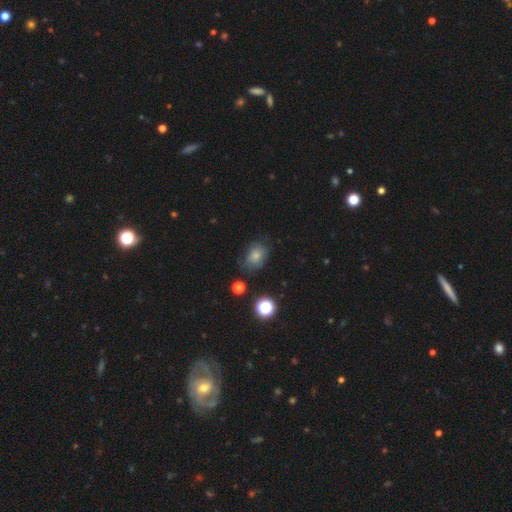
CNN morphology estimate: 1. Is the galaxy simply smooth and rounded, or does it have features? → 72% smooth, 14% featured or disk, 14% star or artifact.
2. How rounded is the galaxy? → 55% in between, 44% round, 1% cigar-shaped.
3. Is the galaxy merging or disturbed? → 60% none, 26% minor disturbance, 11% major disturbance, 3% merger.